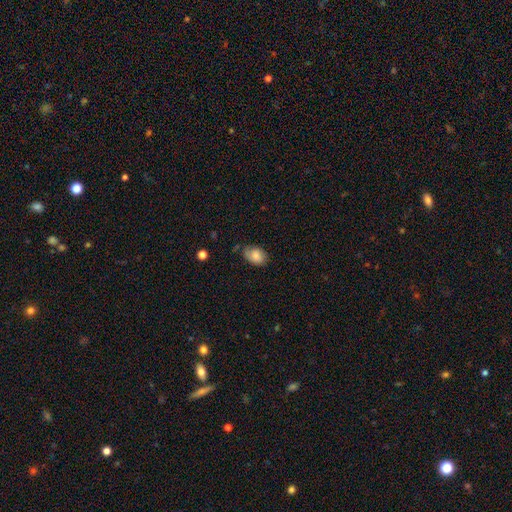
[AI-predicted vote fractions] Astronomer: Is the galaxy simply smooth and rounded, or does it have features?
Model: smooth — 78%.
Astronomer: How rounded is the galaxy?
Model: in between — 85%.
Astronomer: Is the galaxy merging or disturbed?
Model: none — 64%.